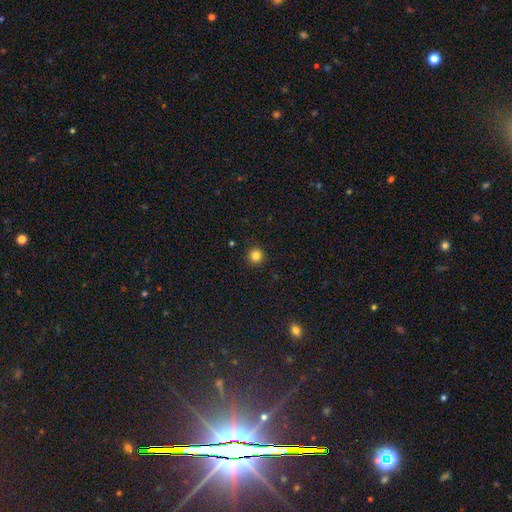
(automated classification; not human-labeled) smooth 83%, star or artifact 12%, featured or disk 5%. Down the decision tree: how rounded — round (95%); merging — none (92%).